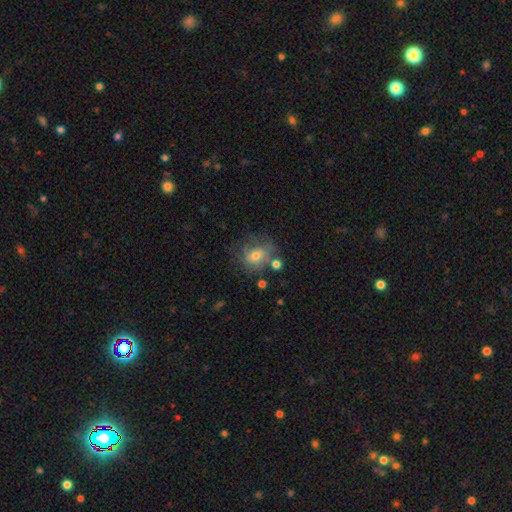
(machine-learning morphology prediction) smooth 53%, featured or disk 36%, star or artifact 11%. Down the decision tree: how rounded — round (66%); merging — none (50%).